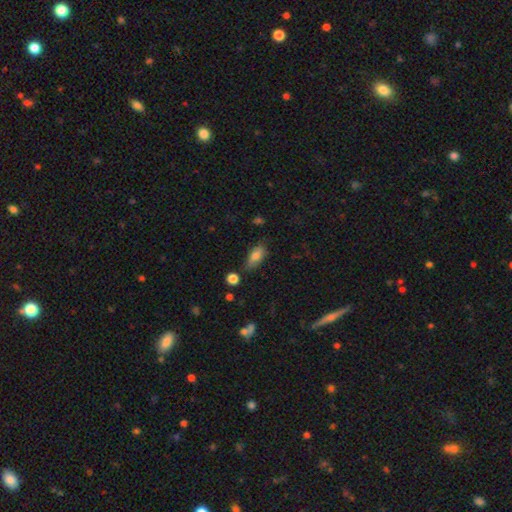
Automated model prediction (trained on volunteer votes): A smooth galaxy with no disk features (80%) that is in between round and cigar-shaped (85%). Merging: none (64%).